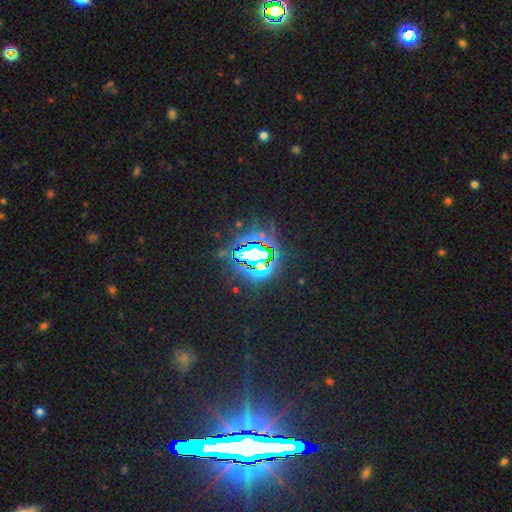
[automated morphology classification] Smooth or featured? star or artifact (82%)